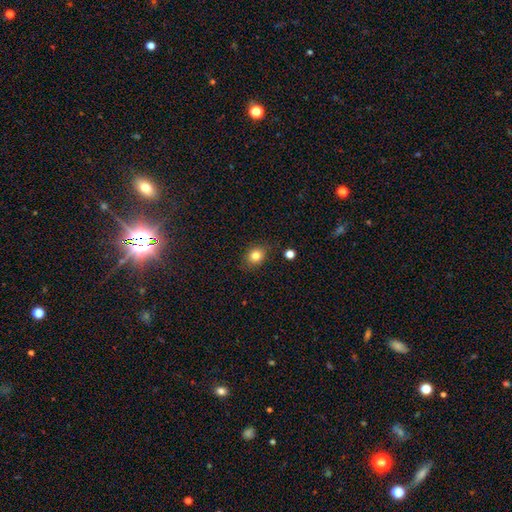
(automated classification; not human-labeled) The model was most divided on "how rounded": round: 57%, in between: 42%, cigar-shaped: 1%. More confident: smooth or featured — smooth (82%); merging — none (81%).